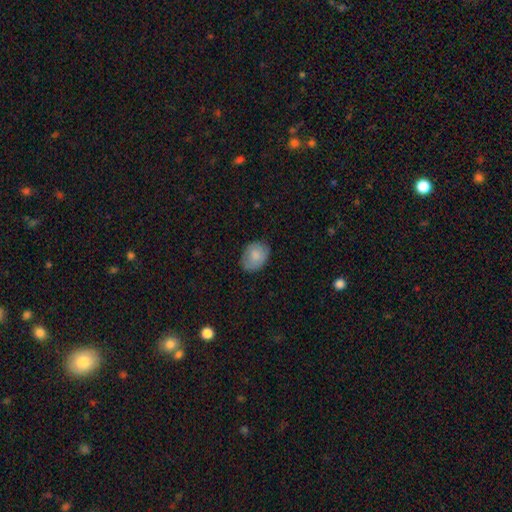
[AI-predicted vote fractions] Smooth or featured? smooth (82%)
How rounded? in between (66%)
Merging? none (75%)